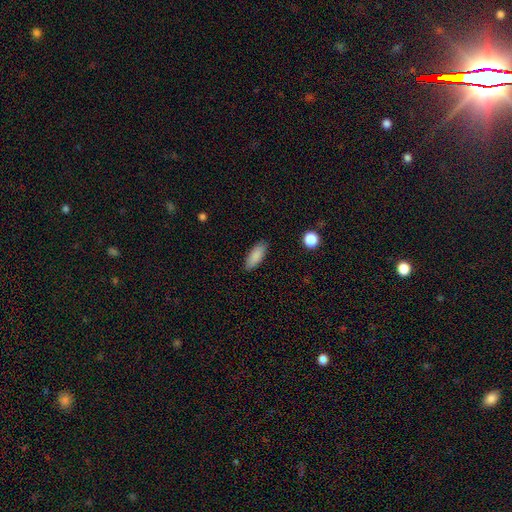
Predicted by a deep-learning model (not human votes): smooth-or-featured: smooth: 87% | star or artifact: 7% | featured or disk: 6%
  how-rounded: in between: 71% | cigar-shaped: 27% | round: 2%
  merging: none: 87% | minor disturbance: 10% | major disturbance: 2% | merger: 1%